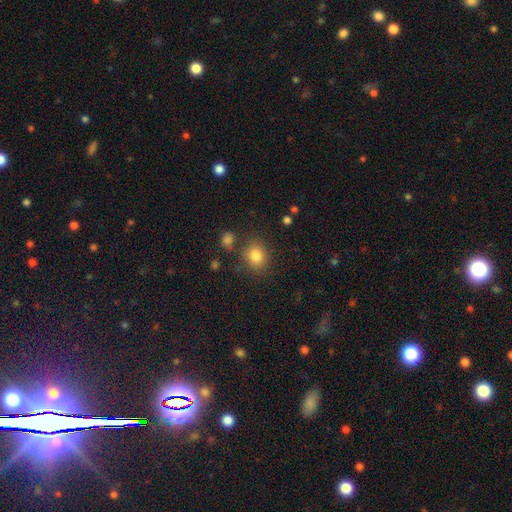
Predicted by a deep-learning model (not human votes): This appears to be a smooth galaxy with no disk features (83%) that is round (72%). Merging: none (79%).